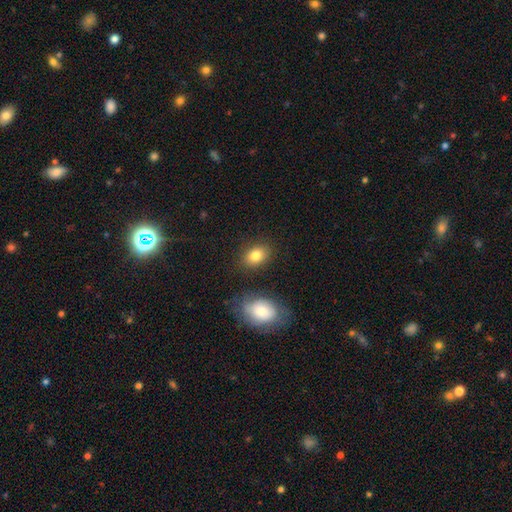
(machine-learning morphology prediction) Smooth or featured? smooth (82%)
How rounded? in between (76%)
Merging? none (82%)